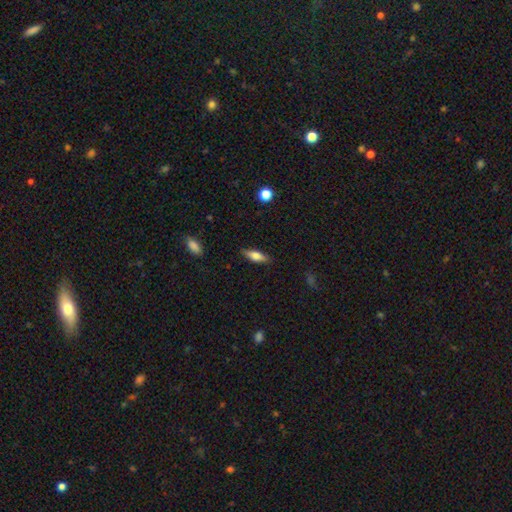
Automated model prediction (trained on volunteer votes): smooth_or_featured: smooth (p=0.69) [alt: featured or disk p=0.24]
how_rounded: in between (p=0.54) [alt: cigar-shaped p=0.44]
merging: none (p=0.86) [alt: minor disturbance p=0.11]